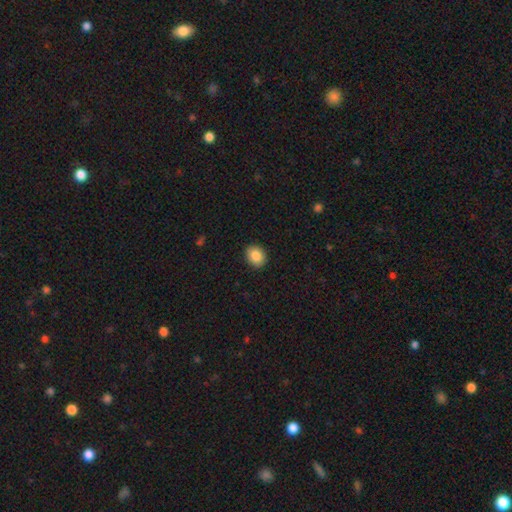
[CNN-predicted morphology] Smooth or featured?
  - smooth: 86% *
  - star or artifact: 8%
  - featured or disk: 6%
How rounded?
  - round: 60% *
  - in between: 39%
  - cigar-shaped: 1%
Merging?
  - none: 90% *
  - minor disturbance: 7%
  - major disturbance: 2%
  - merger: 1%